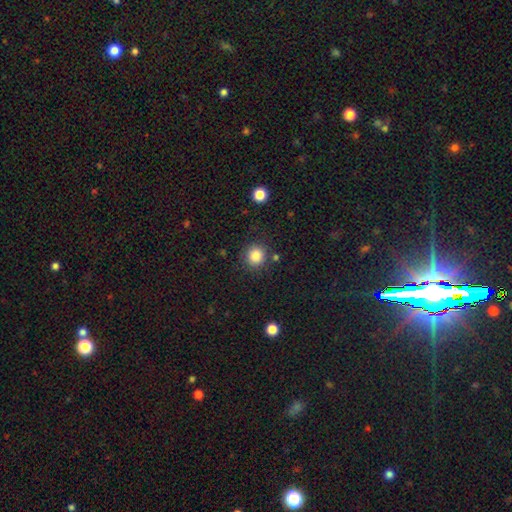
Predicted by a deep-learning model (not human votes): A smooth galaxy with no disk features (85%) that is round (90%). Merging: none (84%).